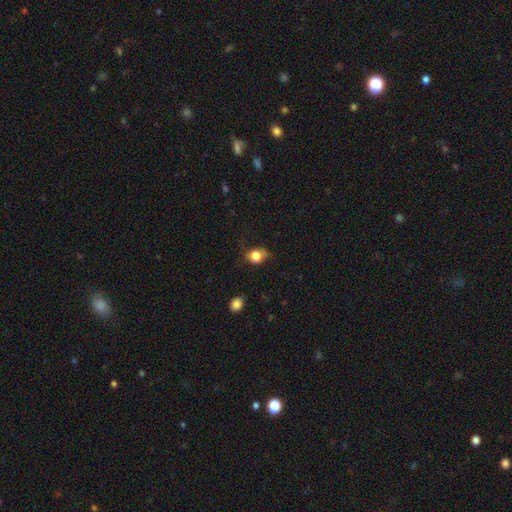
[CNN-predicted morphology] Smooth or featured: smooth — 80% (star or artifact — 10%)
How rounded: round — 61% (in between — 38%)
Merging: none — 53% (minor disturbance — 32%)